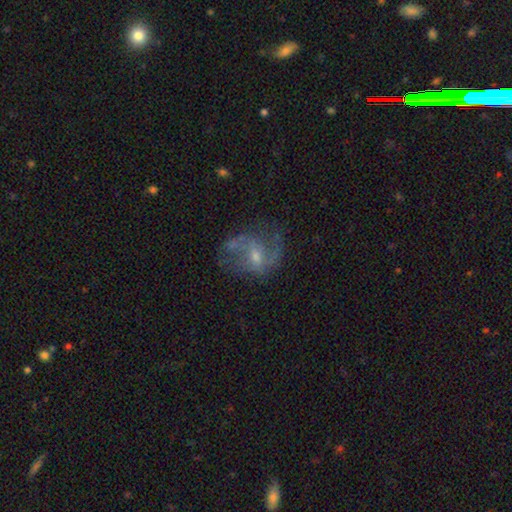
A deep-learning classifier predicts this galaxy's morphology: The model was most divided on "bar": no: 45%, weak: 44%, strong: 10%. Remaining: edge-on disk — no (97%); spiral arms — yes (81%); smooth or featured — featured or disk (72%); spiral arm count — 2 (66%); bulge size — small (54%); merging — none (52%); spiral winding — loose (47%).